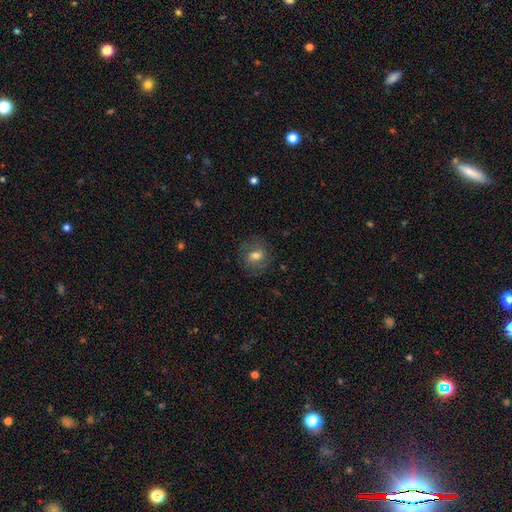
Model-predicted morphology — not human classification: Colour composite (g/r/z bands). It shows a smooth galaxy with no disk features (60%) that is round (65%). Merging: none (77%).